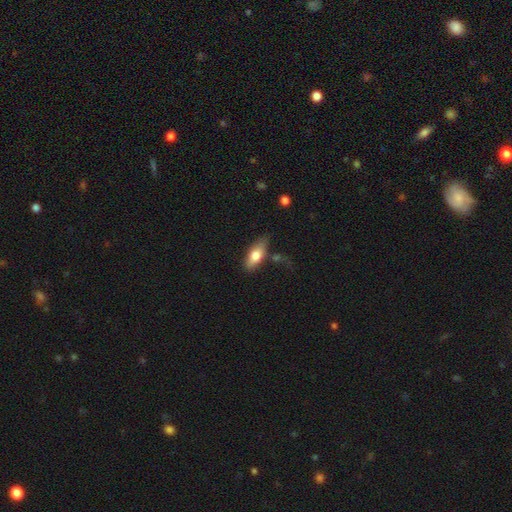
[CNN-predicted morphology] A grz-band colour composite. It shows a smooth galaxy with no disk features (70%) that is in between round and cigar-shaped (75%). Merging: none (64%).